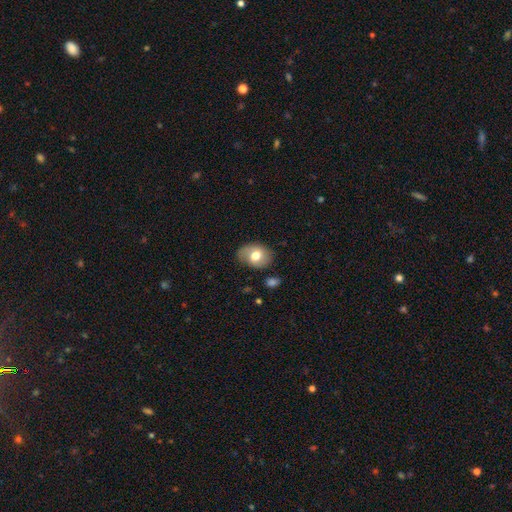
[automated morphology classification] A smooth galaxy with no disk features (70%) that is in between round and cigar-shaped (70%). Merging: none (70%).